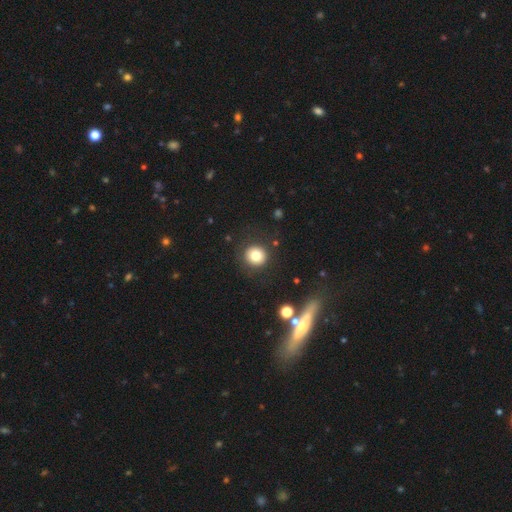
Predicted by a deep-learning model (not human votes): smooth-or-featured: smooth: 79% | star or artifact: 11% | featured or disk: 10%
  how-rounded: round: 93% | in between: 6% | cigar-shaped: 1%
  merging: none: 88% | minor disturbance: 7% | major disturbance: 3% | merger: 2%